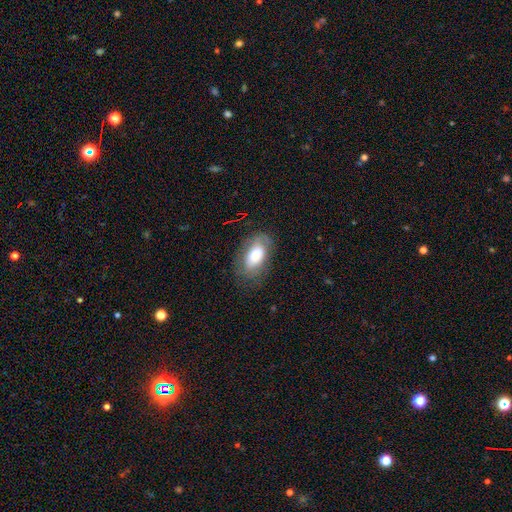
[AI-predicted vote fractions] A smooth galaxy with no disk features (64%) that is in between round and cigar-shaped (91%).

Vote fractions:
- Smooth or featured? smooth: 64% / featured or disk: 28% / star or artifact: 8%
- How rounded? in between: 91% / round: 7% / cigar-shaped: 2%
- Merging? none: 71% / minor disturbance: 19% / major disturbance: 9% / merger: 1%